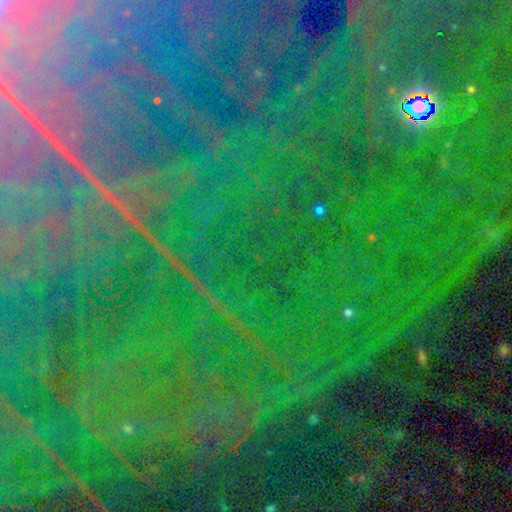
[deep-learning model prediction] smooth-or-featured: star or artifact: 87% | featured or disk: 7% | smooth: 6%